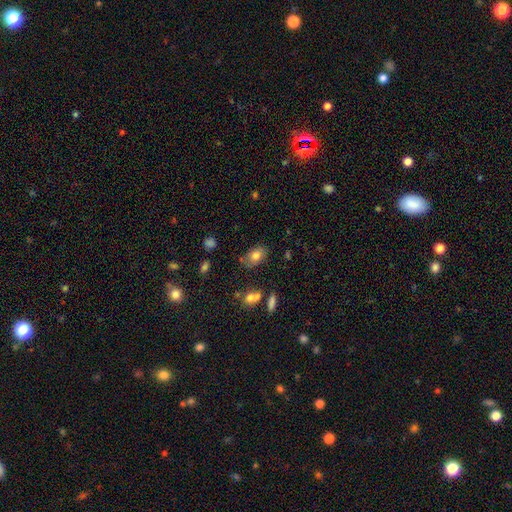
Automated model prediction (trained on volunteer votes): A smooth galaxy with no disk features (77%) that is in between round and cigar-shaped (86%). Merging: none (72%).